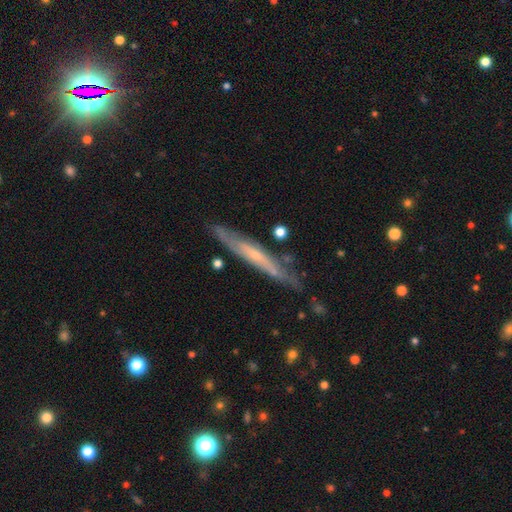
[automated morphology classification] Smooth or featured?
  - featured or disk: 63% *
  - smooth: 30%
  - star or artifact: 6%
Edge-on disk?
  - yes: 81% *
  - no: 19%
Edge-on bulge?
  - none: 56% *
  - rounded: 39%
  - boxy: 5%
Merging?
  - none: 76% *
  - minor disturbance: 18%
  - major disturbance: 4%
  - merger: 3%